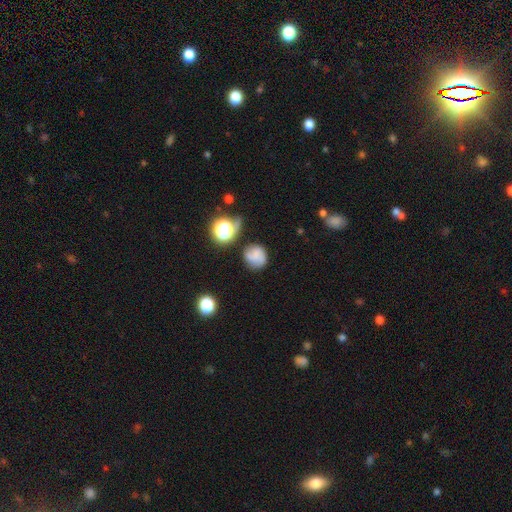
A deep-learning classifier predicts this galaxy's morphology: Smooth or featured? Predicted: smooth (p=0.57). How rounded? Predicted: round (p=0.84). Merging? Predicted: none (p=0.60).